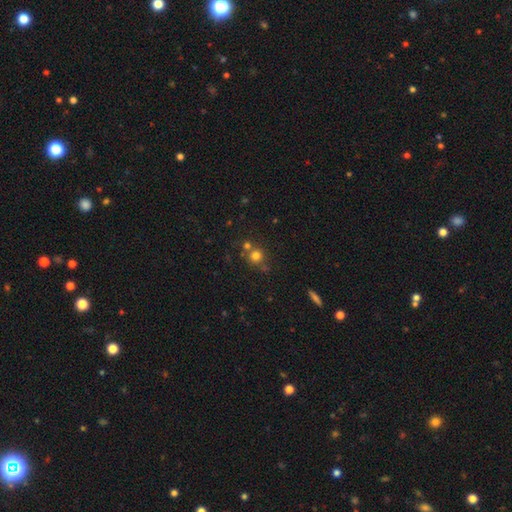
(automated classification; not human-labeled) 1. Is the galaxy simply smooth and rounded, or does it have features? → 75% smooth, 16% star or artifact, 9% featured or disk.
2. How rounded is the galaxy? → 90% round, 9% in between, 1% cigar-shaped.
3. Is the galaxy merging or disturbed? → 61% none, 26% merger, 9% minor disturbance, 4% major disturbance.